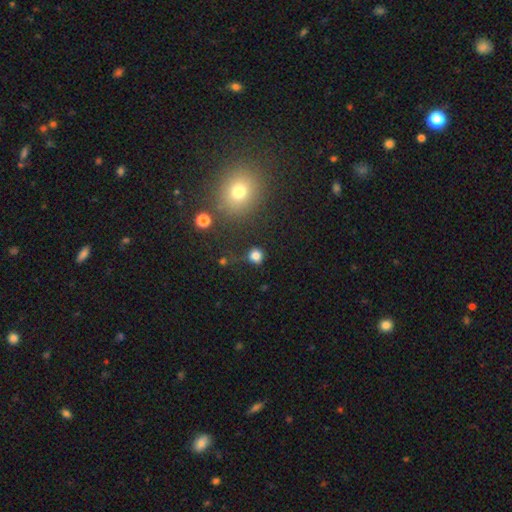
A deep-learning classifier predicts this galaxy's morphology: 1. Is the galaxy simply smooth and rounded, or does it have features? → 80% smooth, 14% star or artifact, 6% featured or disk.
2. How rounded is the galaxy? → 86% round, 13% in between, 1% cigar-shaped.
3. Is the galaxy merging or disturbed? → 71% none, 16% minor disturbance, 8% major disturbance, 6% merger.